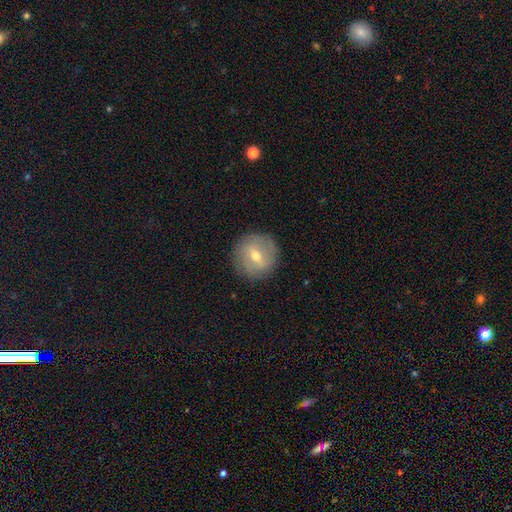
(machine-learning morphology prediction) type=featured or disk (52%); edge-on=no (92%); merging=none (86%).